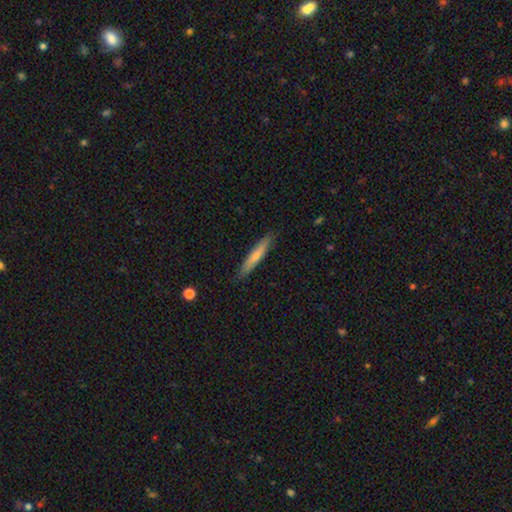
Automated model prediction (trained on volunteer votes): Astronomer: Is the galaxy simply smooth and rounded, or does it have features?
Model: smooth — 69%.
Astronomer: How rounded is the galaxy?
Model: cigar-shaped — 93%.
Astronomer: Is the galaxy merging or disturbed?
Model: none — 88%.